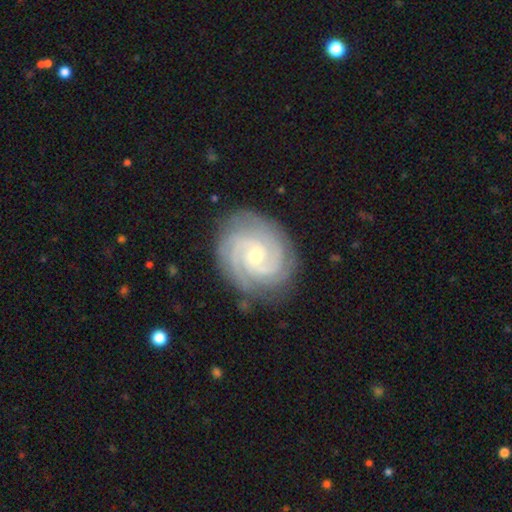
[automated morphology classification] This appears to be a featured or disk galaxy (91%) with no bar (67%), 3 (38%) tight (79%) spiral arms (98%) and a small central bulge (58%). Merging: none (83%).